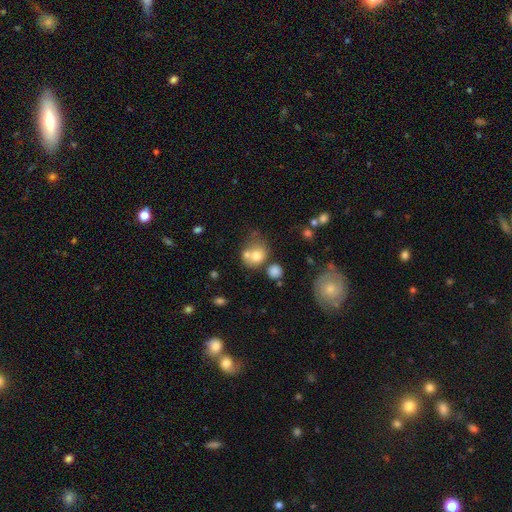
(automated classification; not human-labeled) Q: Smooth or featured?
A: smooth (72%); runner-up: featured or disk (17%)
Q: How rounded?
A: round (67%); runner-up: in between (33%)
Q: Merging?
A: merger (42%); runner-up: none (33%)